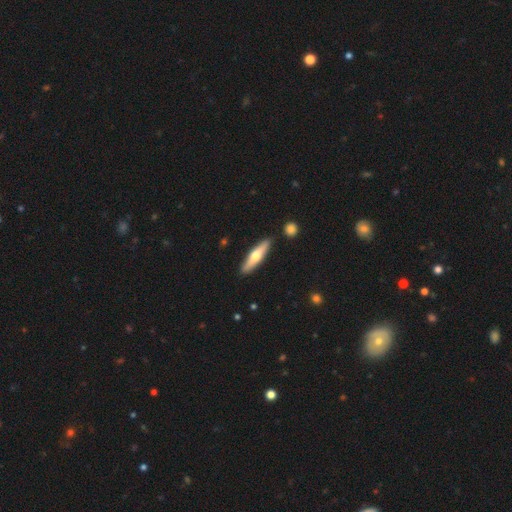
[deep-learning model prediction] Smooth or featured?
  - smooth: 50% *
  - featured or disk: 45%
  - star or artifact: 5%
How rounded?
  - cigar-shaped: 78% *
  - in between: 20%
  - round: 2%
Merging?
  - none: 87% *
  - minor disturbance: 8%
  - merger: 3%
  - major disturbance: 2%